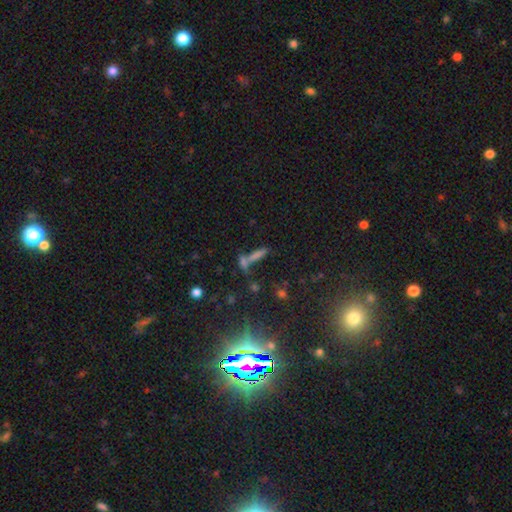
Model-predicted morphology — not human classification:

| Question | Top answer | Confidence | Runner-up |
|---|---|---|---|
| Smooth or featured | smooth | 50% | star or artifact (31%) |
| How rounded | cigar-shaped | 66% | in between (26%) |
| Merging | none | 47% | merger (36%) |